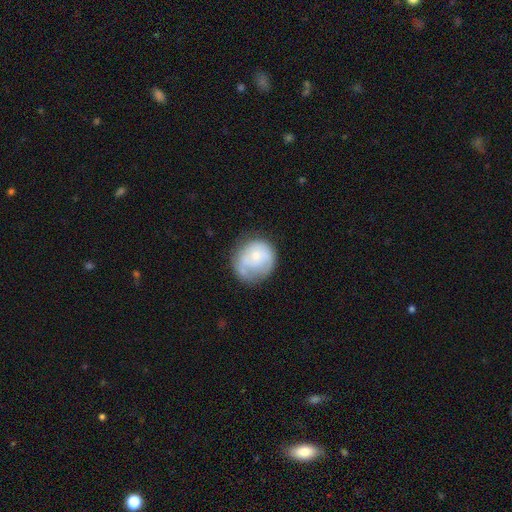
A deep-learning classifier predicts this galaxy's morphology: Overall: smooth (53%; featured or disk 39%). How rounded: round (79%). Merging: none (45%; minor disturbance 31%).